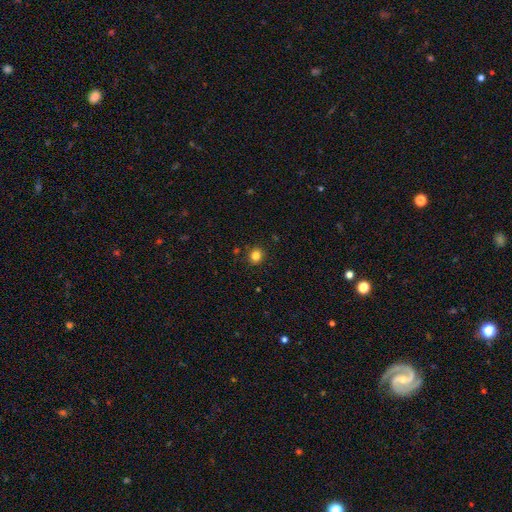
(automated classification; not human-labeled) Overall: smooth (83%). How rounded: round (87%). Merging: none (89%).